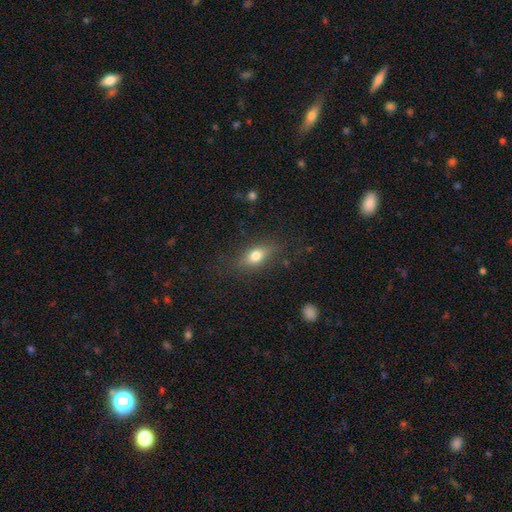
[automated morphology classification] The model was most divided on "smooth or featured": smooth: 72%, featured or disk: 18%, star or artifact: 10%. More confident: merging — none (78%); how rounded — in between (72%).